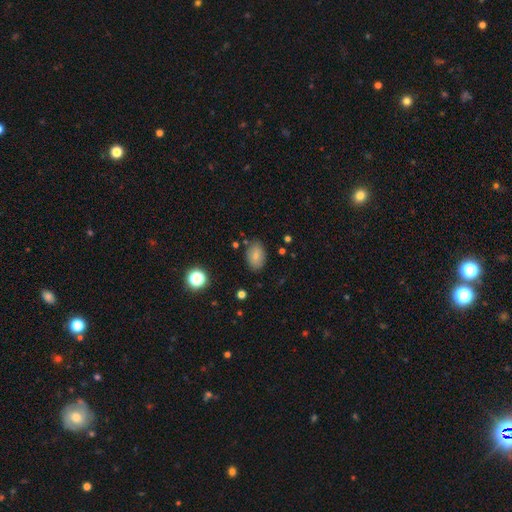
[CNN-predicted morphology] This is likely a smooth galaxy (79%). How rounded: clearly in between (88%). Merging: clearly none (83%).